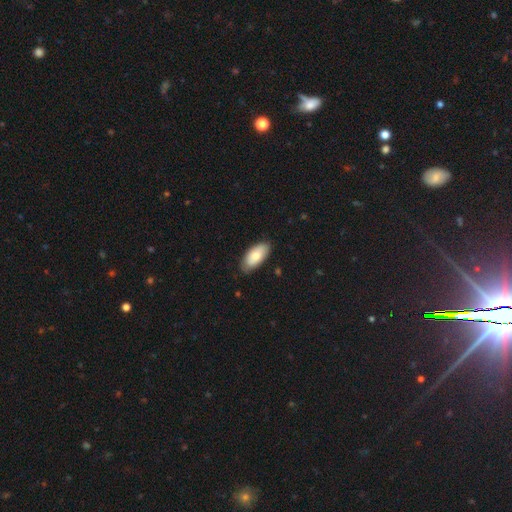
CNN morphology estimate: A smooth galaxy with no disk features (73%) that is in between round and cigar-shaped (93%). Merging: none (83%).